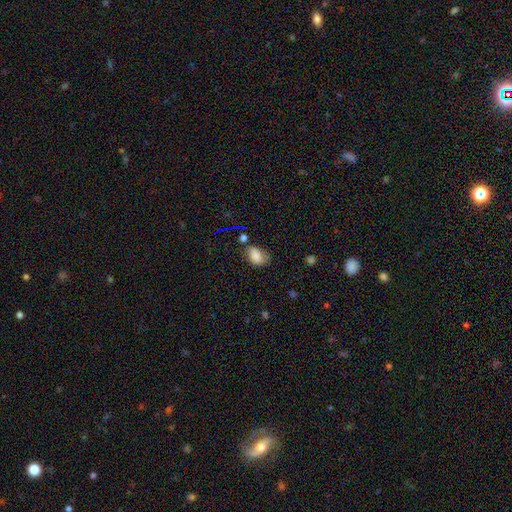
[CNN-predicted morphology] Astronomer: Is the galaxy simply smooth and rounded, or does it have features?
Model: smooth — 79%.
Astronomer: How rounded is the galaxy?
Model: in between — 82%.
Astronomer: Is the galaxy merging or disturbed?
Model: none — 49% (runner-up: minor disturbance, 32%).